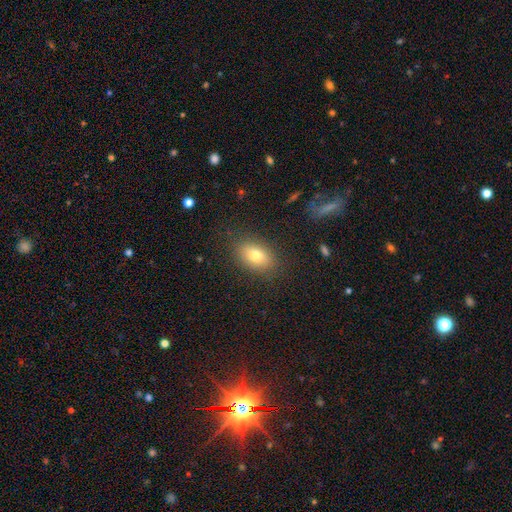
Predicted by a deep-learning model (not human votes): Smooth or featured: smooth — 74% (featured or disk — 16%)
How rounded: in between — 84% (round — 14%)
Merging: none — 85% (minor disturbance — 11%)